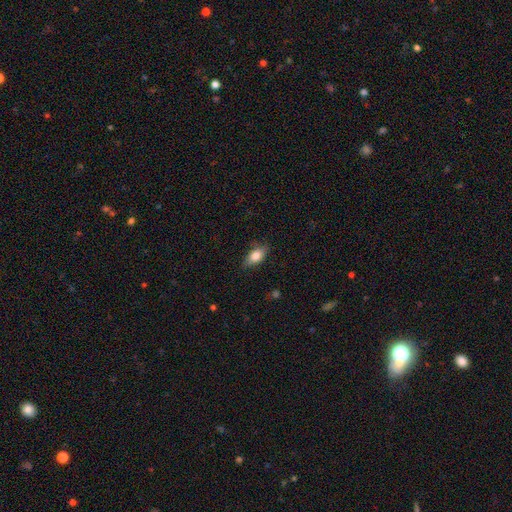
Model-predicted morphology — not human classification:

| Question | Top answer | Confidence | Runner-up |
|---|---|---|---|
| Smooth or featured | smooth | 79% | featured or disk (14%) |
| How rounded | in between | 84% | cigar-shaped (10%) |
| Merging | none | 78% | minor disturbance (18%) |